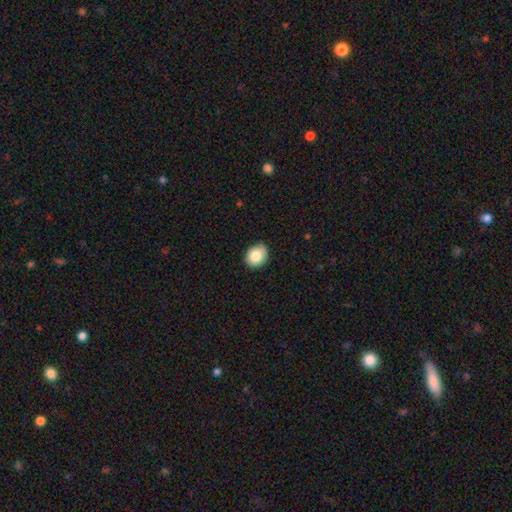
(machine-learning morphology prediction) A smooth galaxy with no disk features (84%) that is round (54%).

Vote fractions:
- Smooth or featured? smooth: 84% / star or artifact: 8% / featured or disk: 8%
- How rounded? round: 54% / in between: 45% / cigar-shaped: 1%
- Merging? none: 83% / minor disturbance: 14% / major disturbance: 2% / merger: 1%